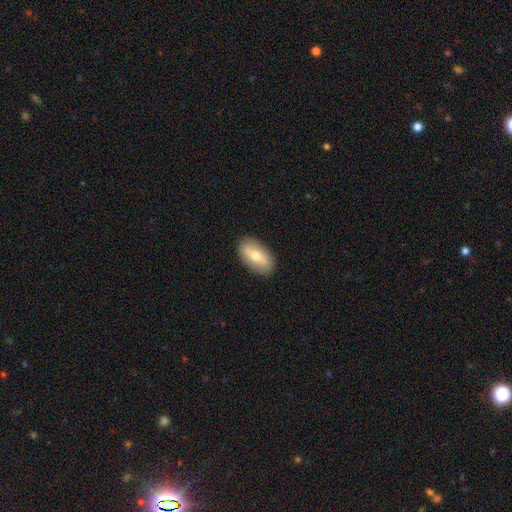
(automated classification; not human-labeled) This appears to be a smooth galaxy with no disk features (61%) that is in between round and cigar-shaped (90%). Merging: none (88%).